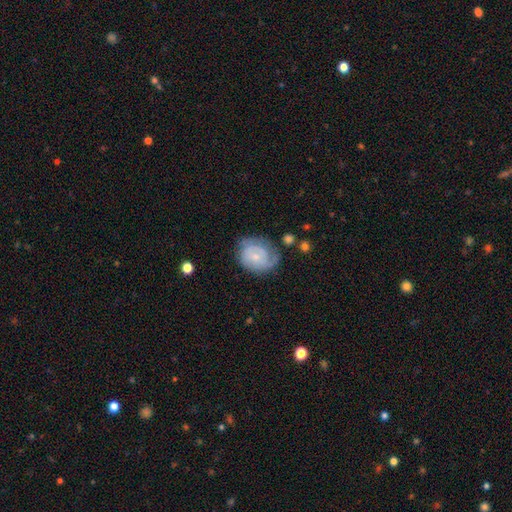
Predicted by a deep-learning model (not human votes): Morphology: type=featured or disk (63%); edge-on=no (97%); bar=no (71%); spiral arms=yes (83%); winding=tight (55%); arm count=2 (37%); bulge=small (68%); merging=none (57%).